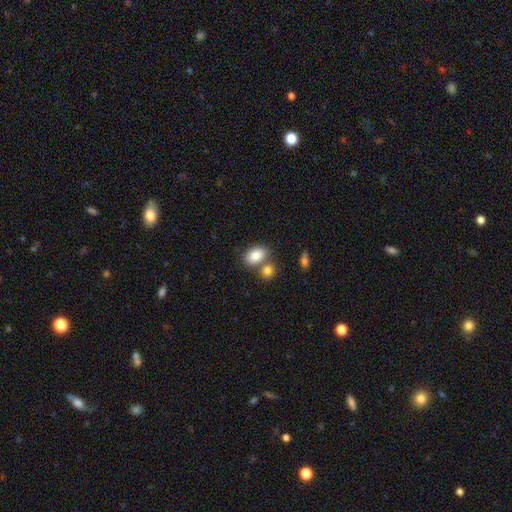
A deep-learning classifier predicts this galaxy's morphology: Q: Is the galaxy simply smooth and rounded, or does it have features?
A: smooth — 84%.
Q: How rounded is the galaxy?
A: in between — 84%.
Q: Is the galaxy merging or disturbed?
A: none — 54%.